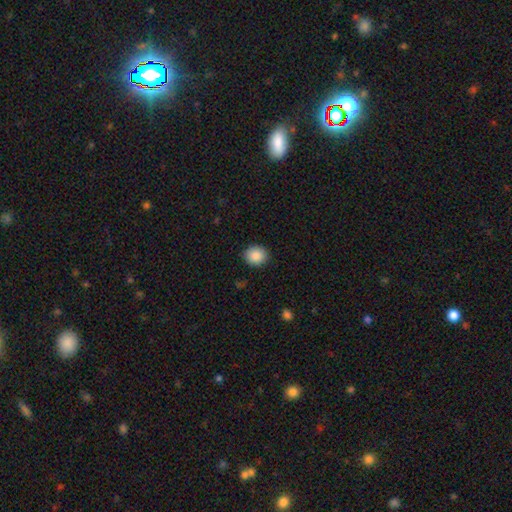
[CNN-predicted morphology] Smooth or featured? Predicted: smooth (p=0.87). How rounded? Predicted: round (p=0.83). Merging? Predicted: none (p=0.90).